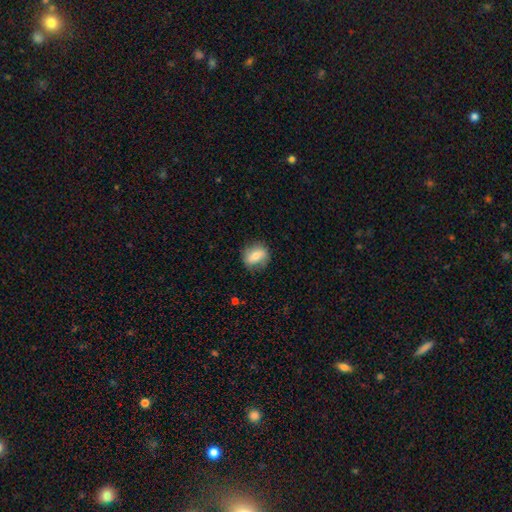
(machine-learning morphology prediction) Overall: smooth (69%). How rounded: round (50%; in between 47%). Merging: none (80%).